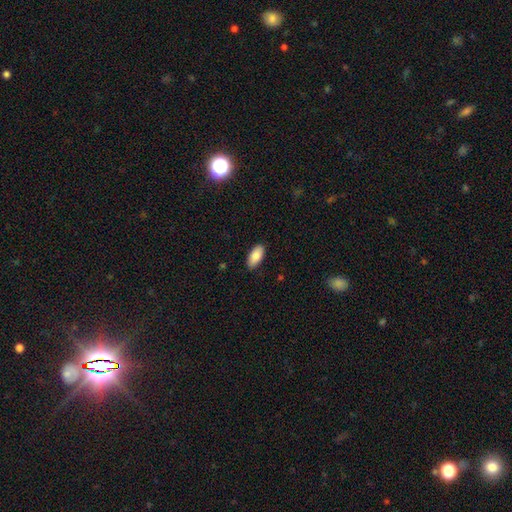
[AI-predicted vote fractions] smooth-or-featured: smooth: 87% | featured or disk: 7% | star or artifact: 7%
  how-rounded: in between: 93% | cigar-shaped: 6% | round: 2%
  merging: none: 87% | minor disturbance: 10% | major disturbance: 2% | merger: 1%